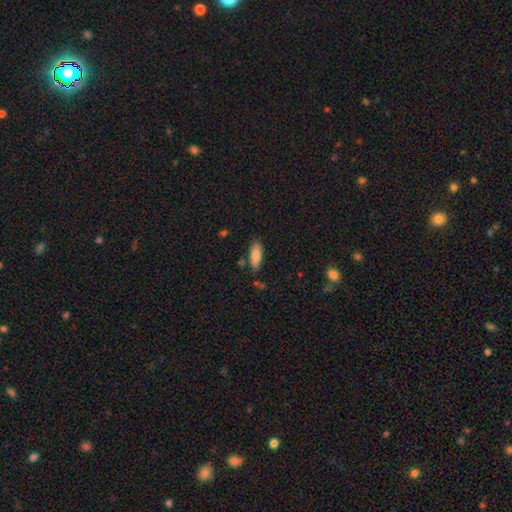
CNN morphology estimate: smooth-or-featured: smooth: 85% | featured or disk: 8% | star or artifact: 7%
  how-rounded: in between: 72% | cigar-shaped: 27% | round: 2%
  merging: none: 76% | minor disturbance: 16% | merger: 4% | major disturbance: 3%